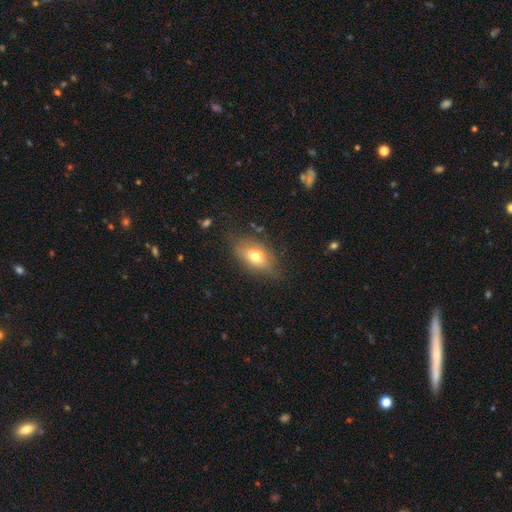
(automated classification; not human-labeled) This appears to be a smooth galaxy with no disk features (66%) that is in between round and cigar-shaped (82%). Merging: none (71%).